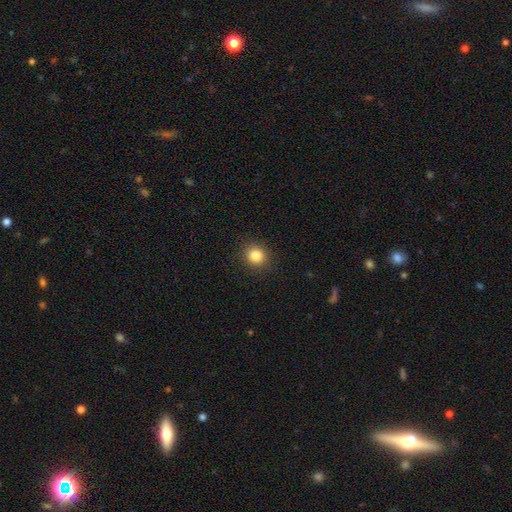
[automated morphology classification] Q: Smooth or featured?
A: smooth (84%); runner-up: star or artifact (11%)
Q: How rounded?
A: round (86%); runner-up: in between (13%)
Q: Merging?
A: none (90%); runner-up: minor disturbance (7%)